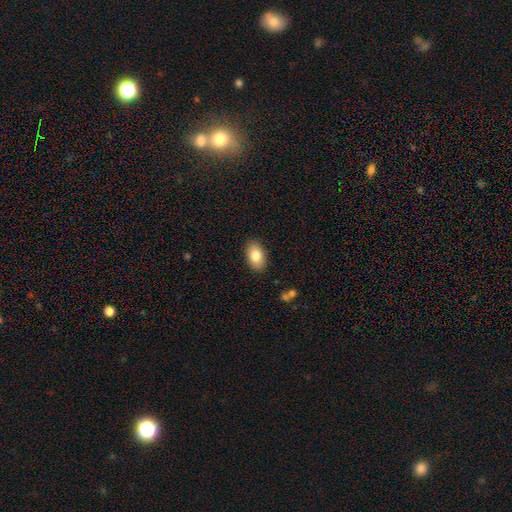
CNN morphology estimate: Q: Smooth or featured?
A: smooth (81%); runner-up: featured or disk (12%)
Q: How rounded?
A: in between (91%); runner-up: round (7%)
Q: Merging?
A: none (88%); runner-up: minor disturbance (8%)